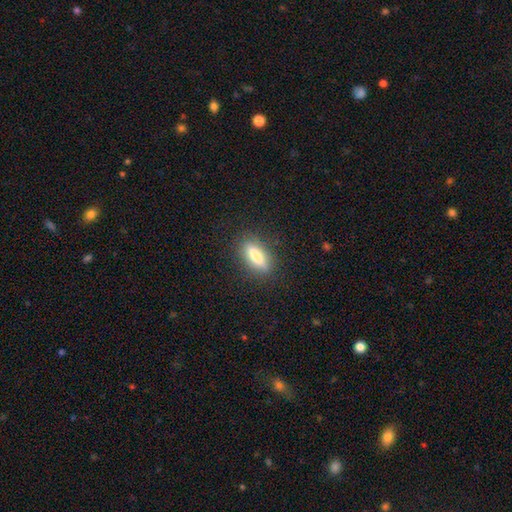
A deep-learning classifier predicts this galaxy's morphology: A smooth galaxy with no disk features (67%) that is cigar-shaped (55%).

Vote fractions:
- Smooth or featured? smooth: 67% / featured or disk: 25% / star or artifact: 8%
- How rounded? cigar-shaped: 55% / in between: 41% / round: 3%
- Merging? none: 86% / minor disturbance: 9% / major disturbance: 3% / merger: 1%